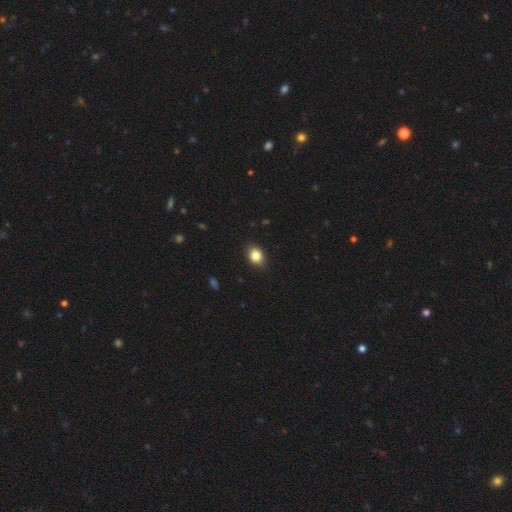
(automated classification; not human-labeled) A smooth galaxy with no disk features (85%) that is in between round and cigar-shaped (61%). Merging: none (89%).